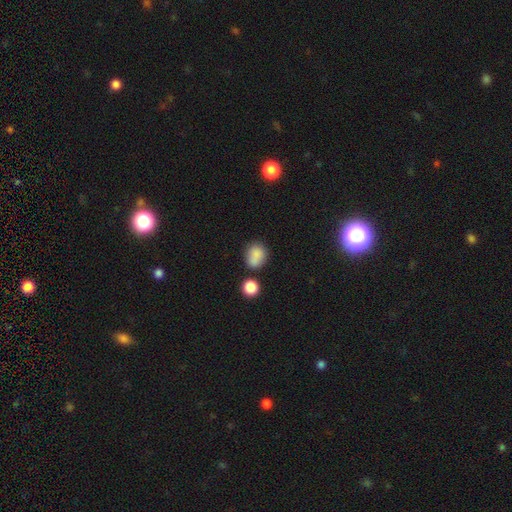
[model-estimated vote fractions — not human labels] The model was most divided on "how rounded": round: 53%, in between: 45%, cigar-shaped: 2%. More confident: smooth or featured — smooth (83%); merging — none (61%).